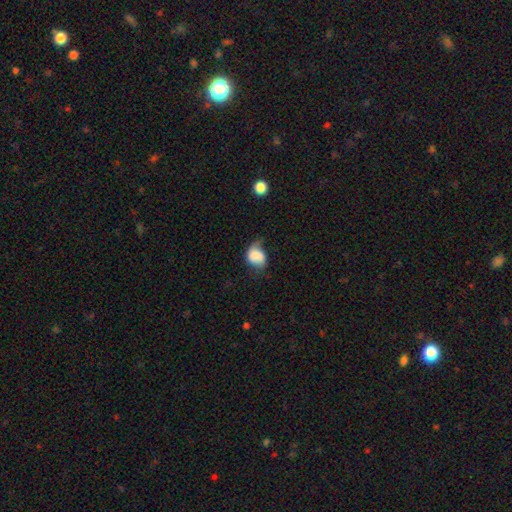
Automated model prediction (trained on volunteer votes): Smooth or featured? Predicted: smooth (p=0.72). How rounded? Predicted: in between (p=0.56). Merging? Predicted: minor disturbance (p=0.39).